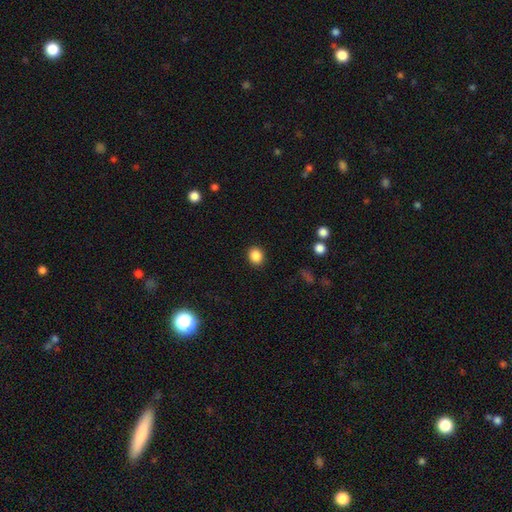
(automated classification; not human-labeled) Morphology: type=smooth (87%); roundness=round (62%); merging=none (90%).